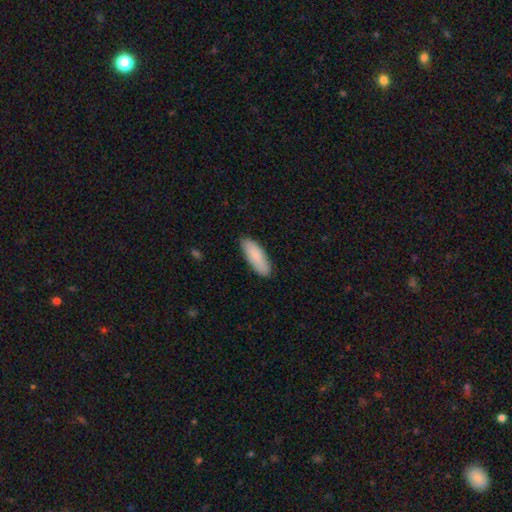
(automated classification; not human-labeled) A smooth galaxy with no disk features (86%) that is in between round and cigar-shaped (66%). Merging: none (87%).